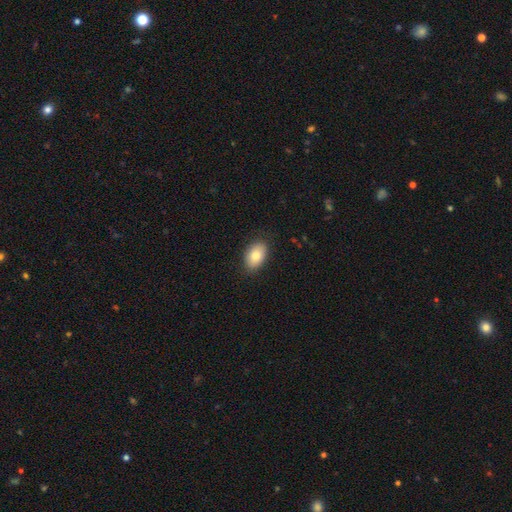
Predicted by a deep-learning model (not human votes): Overall: smooth (81%). How rounded: in between (89%). Merging: none (86%).